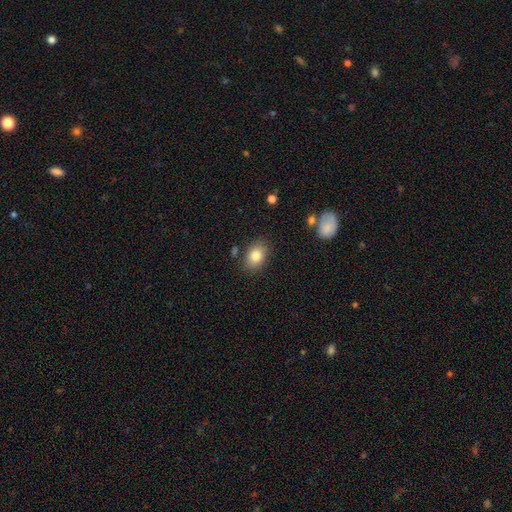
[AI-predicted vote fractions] Smooth or featured?
  - smooth: 83% *
  - featured or disk: 9%
  - star or artifact: 8%
How rounded?
  - in between: 79% *
  - round: 20%
  - cigar-shaped: 1%
Merging?
  - none: 82% *
  - minor disturbance: 12%
  - major disturbance: 3%
  - merger: 3%